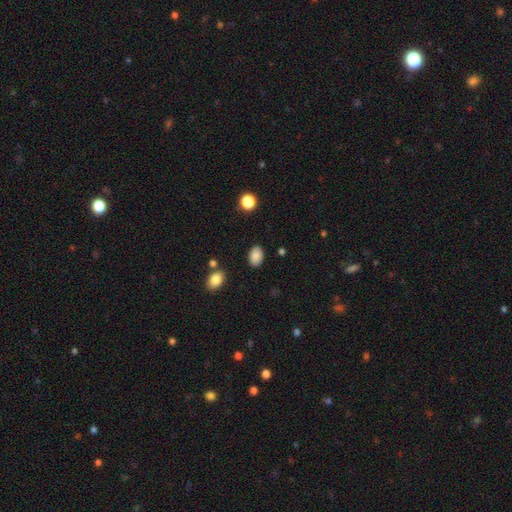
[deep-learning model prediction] Smooth or featured? Predicted: smooth (p=0.87). How rounded? Predicted: in between (p=0.84). Merging? Predicted: none (p=0.85).